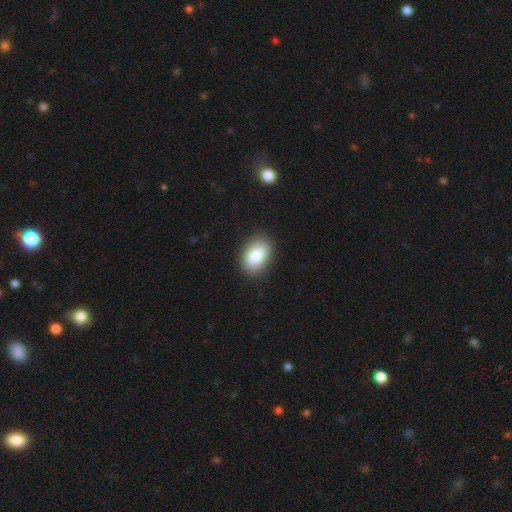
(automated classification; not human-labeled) The model was most divided on "how rounded": in between: 80%, round: 19%, cigar-shaped: 1%. More confident: merging — none (87%); smooth or featured — smooth (84%).